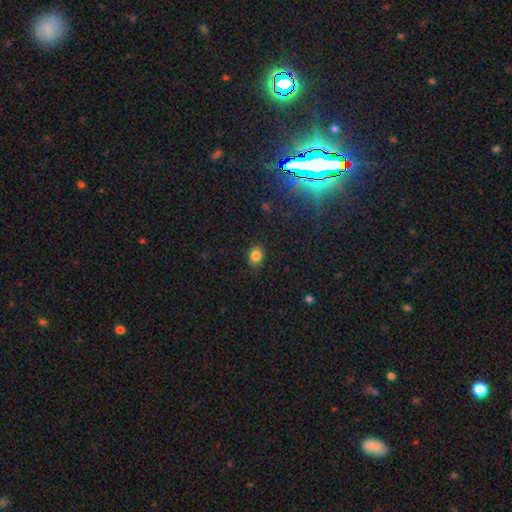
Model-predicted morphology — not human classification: Smooth or featured?
  - smooth: 83% *
  - star or artifact: 11%
  - featured or disk: 5%
How rounded?
  - in between: 54% *
  - round: 45%
  - cigar-shaped: 1%
Merging?
  - none: 87% *
  - minor disturbance: 10%
  - major disturbance: 2%
  - merger: 1%